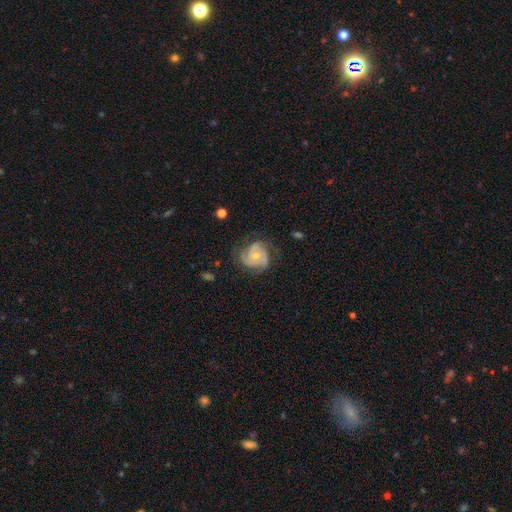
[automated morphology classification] A featured or disk galaxy (87%) with no bar (67%), 3 (48%) tight (59%) spiral arms (97%) and a small central bulge (53%).

Vote fractions:
- Smooth or featured? featured or disk: 87% / smooth: 8% / star or artifact: 5%
- Edge-on disk? no: 98% / yes: 2%
- Bar? no: 67% / weak: 27% / strong: 6%
- Spiral arms? yes: 97% / no: 3%
- Spiral winding? tight: 59% / medium: 35% / loose: 6%
- Spiral arm count? 3: 48% / 2: 28% / can't tell: 10% / 4: 6% / 1: 4% / more than 4: 4%
- Bulge size? small: 53% / moderate: 42% / none: 2% / large: 1% / dominant: 1%
- Merging? none: 69% / minor disturbance: 21% / major disturbance: 8% / merger: 1%